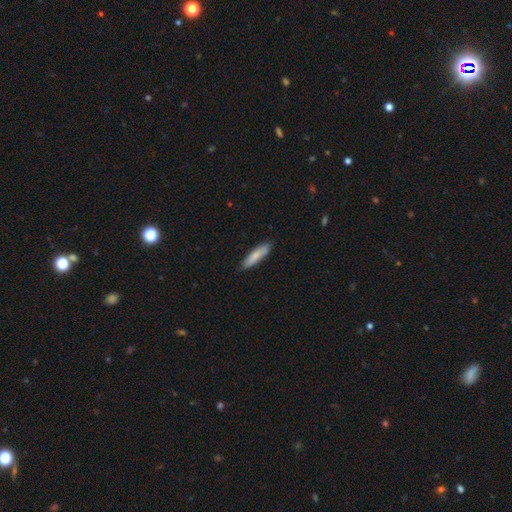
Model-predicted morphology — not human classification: Smooth or featured?
  - smooth: 82% *
  - featured or disk: 13%
  - star or artifact: 5%
How rounded?
  - cigar-shaped: 76% *
  - in between: 23%
  - round: 1%
Merging?
  - none: 84% *
  - minor disturbance: 13%
  - major disturbance: 2%
  - merger: 1%